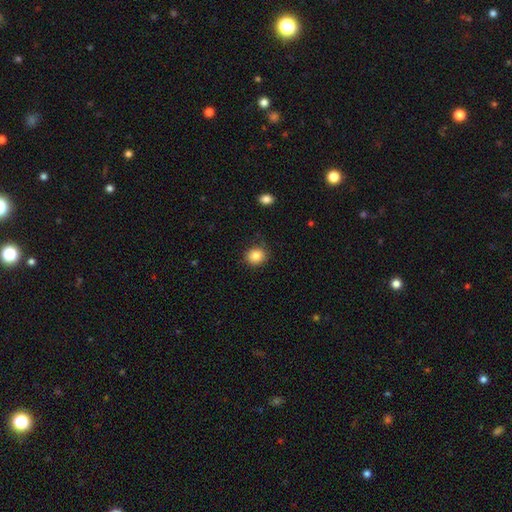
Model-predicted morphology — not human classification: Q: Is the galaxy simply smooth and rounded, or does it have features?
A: smooth — 85%.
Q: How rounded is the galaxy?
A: round — 80%.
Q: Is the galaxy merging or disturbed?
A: none — 85%.